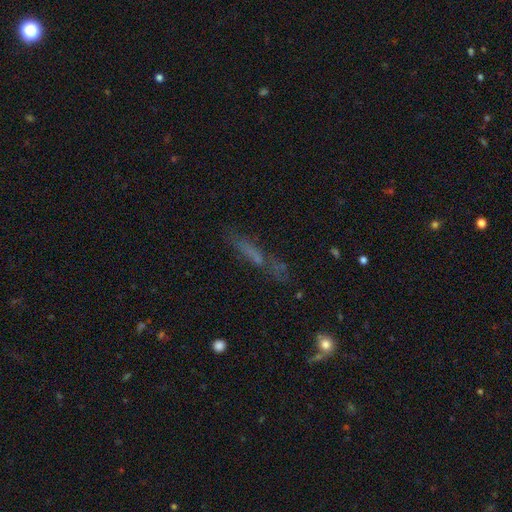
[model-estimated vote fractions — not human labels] Overall: smooth (42%; featured or disk 34%). Merging: none (69%).